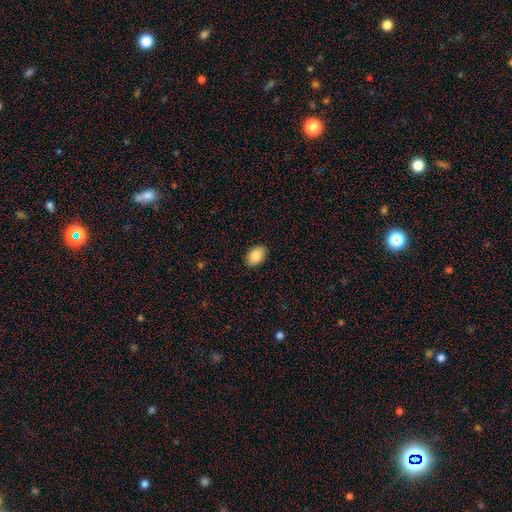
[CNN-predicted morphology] A smooth galaxy with no disk features (86%) that is in between round and cigar-shaped (88%).

Vote fractions:
- Smooth or featured? smooth: 86% / featured or disk: 7% / star or artifact: 7%
- How rounded? in between: 88% / round: 11% / cigar-shaped: 1%
- Merging? none: 89% / minor disturbance: 8% / major disturbance: 2% / merger: 1%